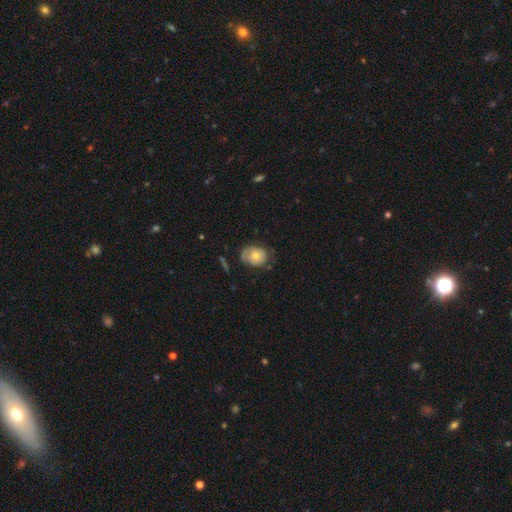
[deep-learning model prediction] Morphology: type=featured or disk (47%); merging=none (56%).